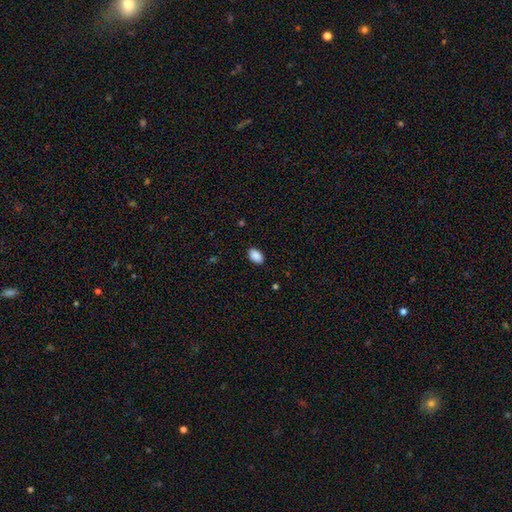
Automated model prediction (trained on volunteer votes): This appears to be a smooth galaxy with no disk features (90%) that is in between round and cigar-shaped (92%). Merging: none (87%).